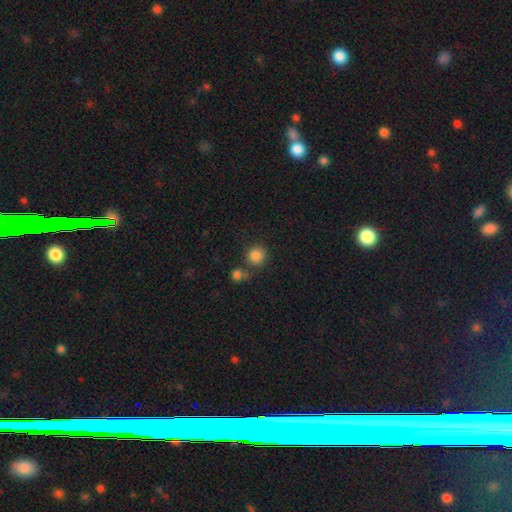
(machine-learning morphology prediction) Smooth or featured? smooth (85%)
How rounded? round (91%)
Merging? none (71%)